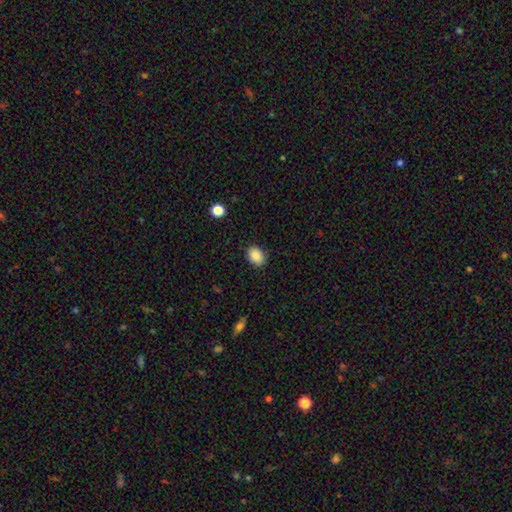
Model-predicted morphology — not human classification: Smooth or featured: smooth — 88% (star or artifact — 8%)
How rounded: in between — 72% (round — 27%)
Merging: none — 86% (minor disturbance — 10%)